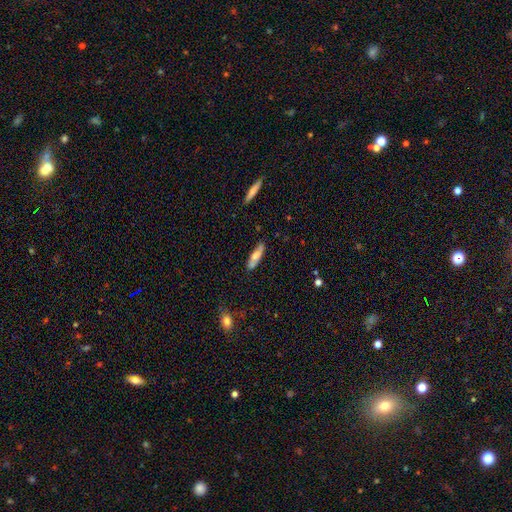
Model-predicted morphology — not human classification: This is likely a smooth galaxy (61%). How rounded: likely cigar-shaped (63%). Merging: likely none (76%).